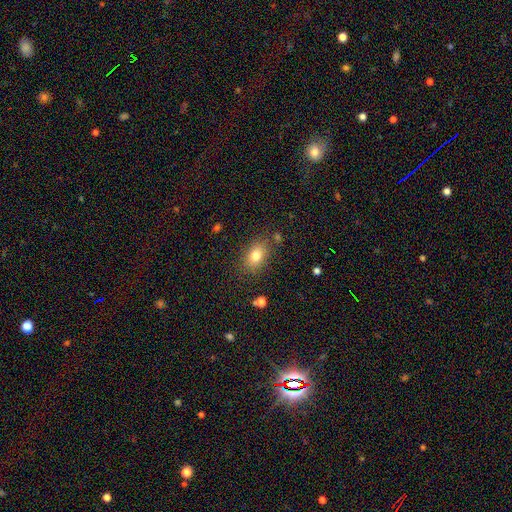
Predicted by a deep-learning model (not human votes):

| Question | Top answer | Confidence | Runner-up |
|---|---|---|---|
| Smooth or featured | smooth | 79% | star or artifact (11%) |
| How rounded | in between | 77% | round (21%) |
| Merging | none | 81% | minor disturbance (12%) |